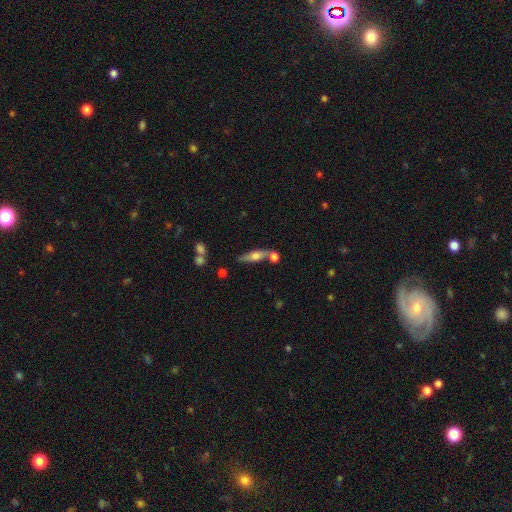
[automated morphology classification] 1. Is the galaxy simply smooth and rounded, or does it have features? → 49% featured or disk, 43% smooth, 8% star or artifact.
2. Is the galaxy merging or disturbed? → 64% none, 20% merger, 13% minor disturbance, 4% major disturbance.